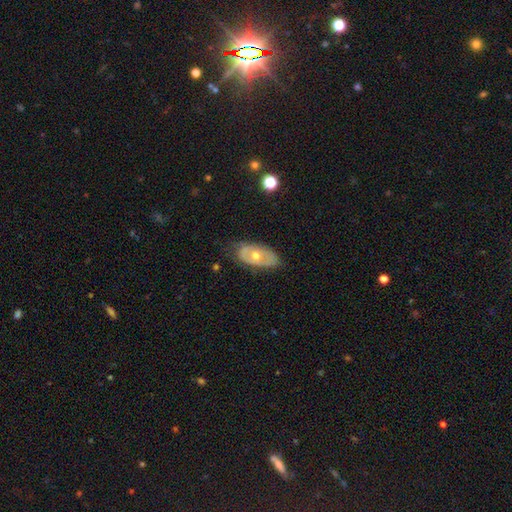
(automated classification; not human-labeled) Q: Smooth or featured?
A: featured or disk (55%); runner-up: smooth (38%)
Q: Edge-on disk?
A: no (87%); runner-up: yes (13%)
Q: Merging?
A: none (67%); runner-up: minor disturbance (25%)